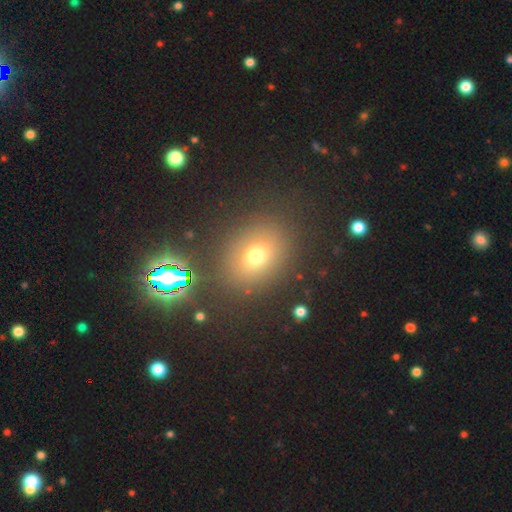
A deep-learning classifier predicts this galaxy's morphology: This is likely a smooth galaxy (66%). How rounded: possibly round (54%). Merging: clearly none (83%).